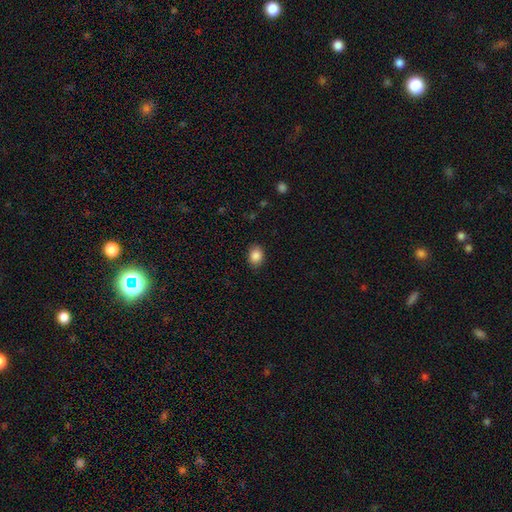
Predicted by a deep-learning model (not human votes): The model was most divided on "how rounded": in between: 59%, round: 40%, cigar-shaped: 1%. More confident: smooth or featured — smooth (87%); merging — none (87%).